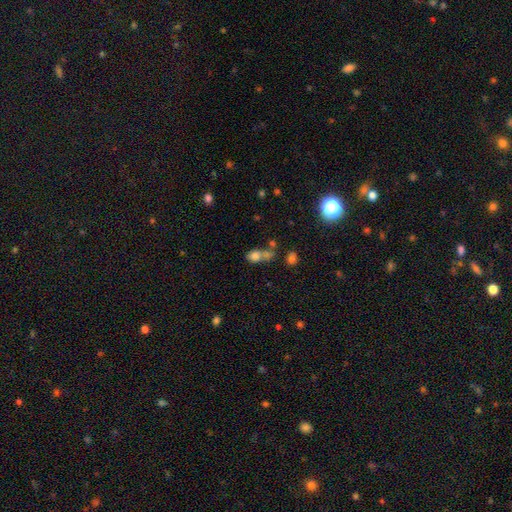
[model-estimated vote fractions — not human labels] Smooth or featured?
  - smooth: 74% *
  - star or artifact: 14%
  - featured or disk: 12%
How rounded?
  - in between: 59% *
  - round: 38%
  - cigar-shaped: 3%
Merging?
  - merger: 49% *
  - none: 29%
  - minor disturbance: 12%
  - major disturbance: 10%